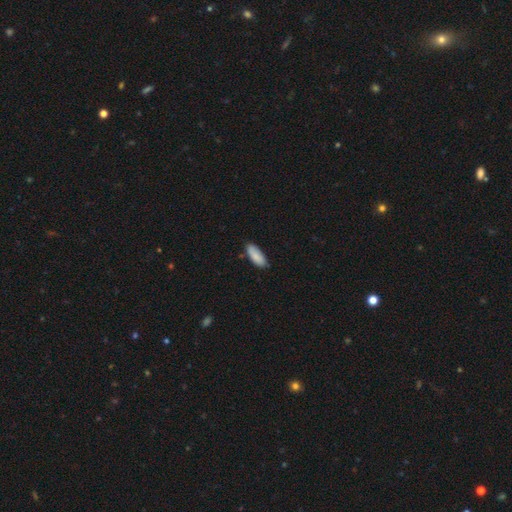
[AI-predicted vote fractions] Overall: smooth (87%). How rounded: in between (79%). Merging: none (76%).